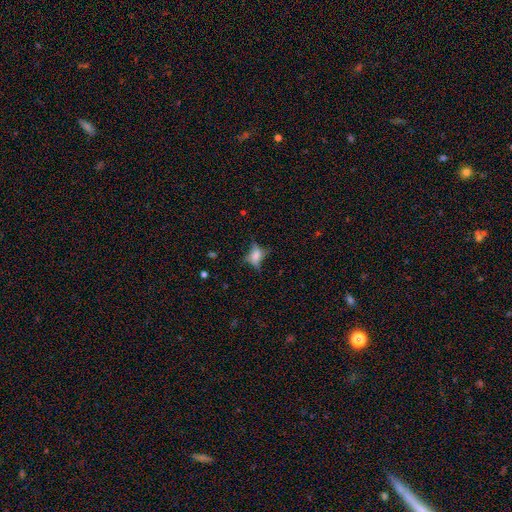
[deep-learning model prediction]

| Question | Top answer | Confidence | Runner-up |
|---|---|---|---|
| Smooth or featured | smooth | 52% | featured or disk (33%) |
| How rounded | in between | 72% | round (19%) |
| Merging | none | 51% | minor disturbance (26%) |